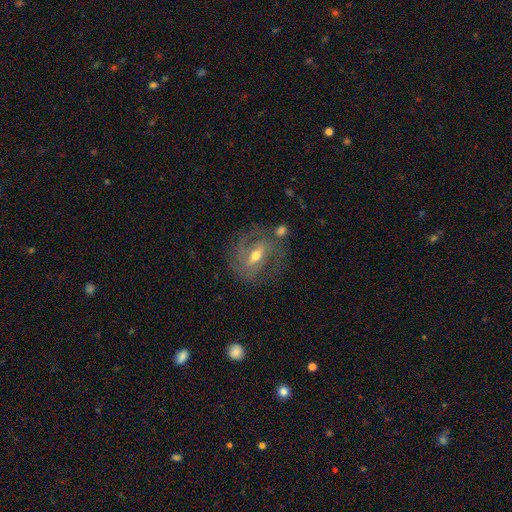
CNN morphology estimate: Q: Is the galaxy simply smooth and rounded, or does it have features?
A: featured or disk — 78%.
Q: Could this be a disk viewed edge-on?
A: no — 92%.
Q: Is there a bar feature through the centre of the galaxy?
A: strong — 42%.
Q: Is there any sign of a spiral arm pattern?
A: yes — 83%.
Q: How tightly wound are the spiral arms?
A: tight — 46%.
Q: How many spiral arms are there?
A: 2 — 49%.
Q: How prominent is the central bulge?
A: moderate — 69%.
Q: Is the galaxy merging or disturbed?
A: none — 66%.